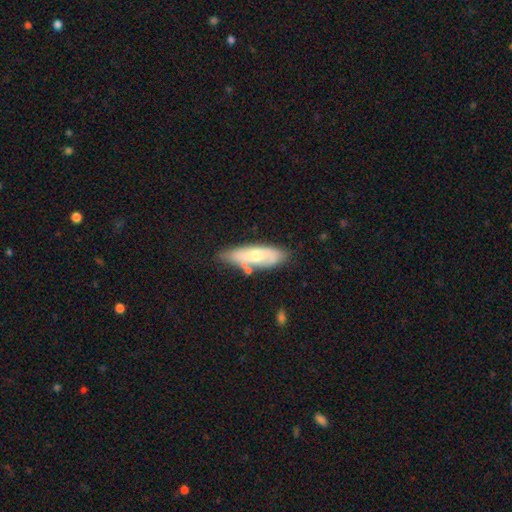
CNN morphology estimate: smooth-or-featured: smooth: 55% | featured or disk: 39% | star or artifact: 6%
  how-rounded: in between: 56% | cigar-shaped: 42% | round: 2%
  merging: none: 61% | minor disturbance: 23% | merger: 10% | major disturbance: 6%